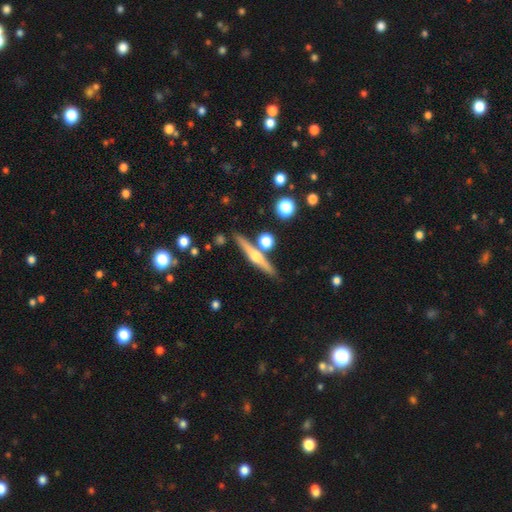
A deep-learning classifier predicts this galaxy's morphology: featured or disk 67%, smooth 26%, star or artifact 7%. Down the decision tree: edge-on disk — yes (97%); edge-on bulge — rounded (92%); merging — none (81%).